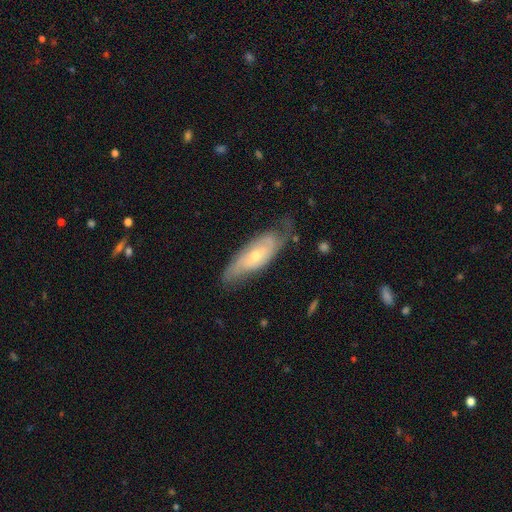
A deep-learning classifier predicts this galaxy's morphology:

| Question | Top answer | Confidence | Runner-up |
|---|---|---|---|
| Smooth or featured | featured or disk | 68% | smooth (26%) |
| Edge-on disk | no | 81% | yes (19%) |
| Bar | no | 74% | weak (21%) |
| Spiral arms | yes | 82% | no (18%) |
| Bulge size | small | 55% | moderate (41%) |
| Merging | none | 61% | minor disturbance (27%) |